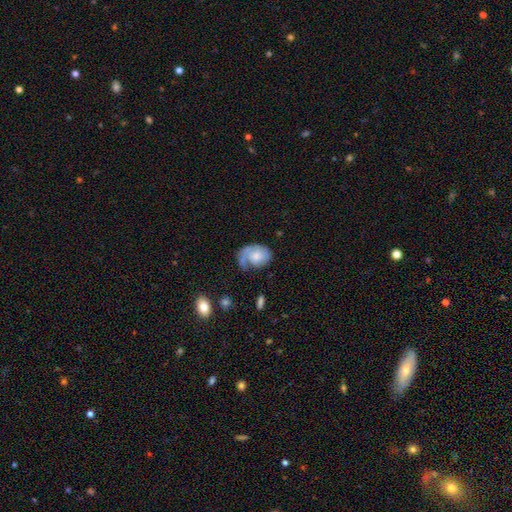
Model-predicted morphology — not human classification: Smooth or featured? Predicted: featured or disk (p=0.51). Edge-on disk? Predicted: no (p=0.97). Merging? Predicted: none (p=0.37).